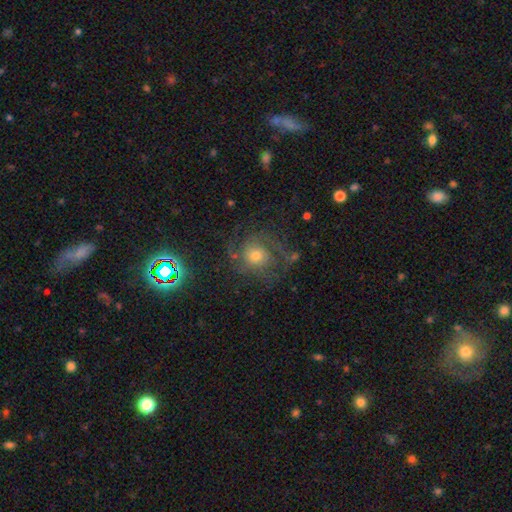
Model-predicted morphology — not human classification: A featured or disk galaxy (65%) with no bar (79%), medium (42%) spiral arms (89%) and a moderate central bulge (59%). Merging: none (64%).